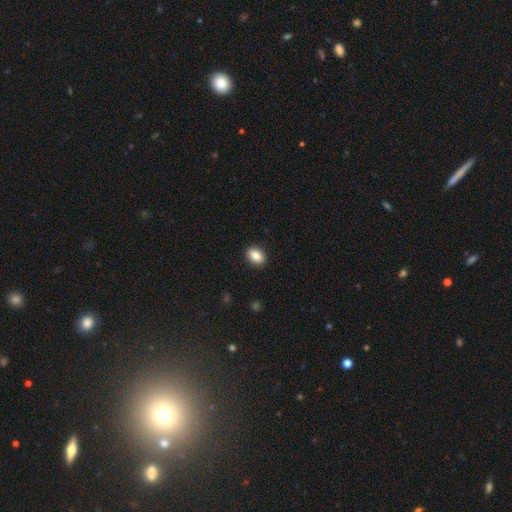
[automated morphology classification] type=smooth (86%); roundness=in between (80%); merging=none (91%).